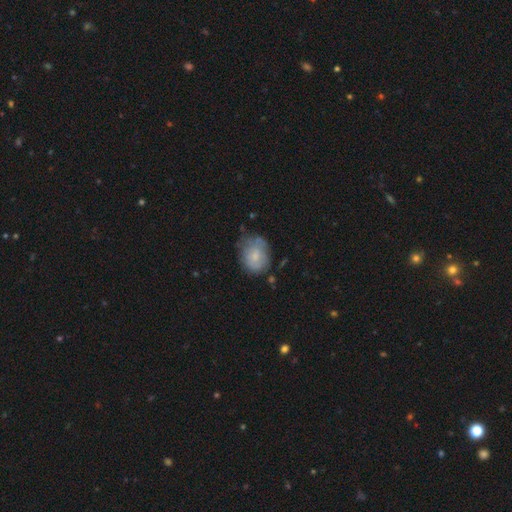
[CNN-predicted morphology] This appears to be a smooth galaxy with no disk features (64%) that is in between round and cigar-shaped (55%). Merging: none (55%).